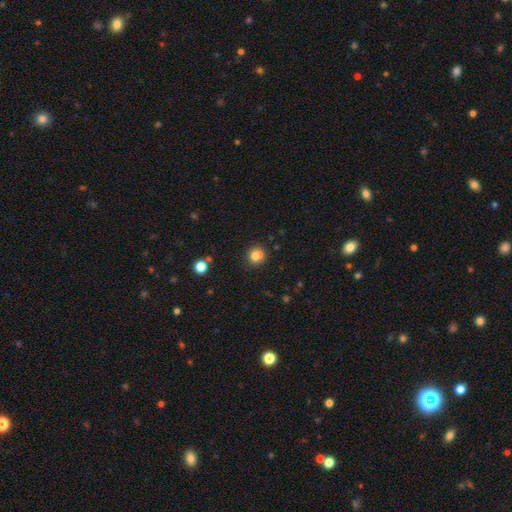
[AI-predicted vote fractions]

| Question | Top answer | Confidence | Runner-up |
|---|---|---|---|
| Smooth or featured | smooth | 80% | star or artifact (13%) |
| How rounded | round | 88% | in between (11%) |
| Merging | none | 77% | minor disturbance (12%) |